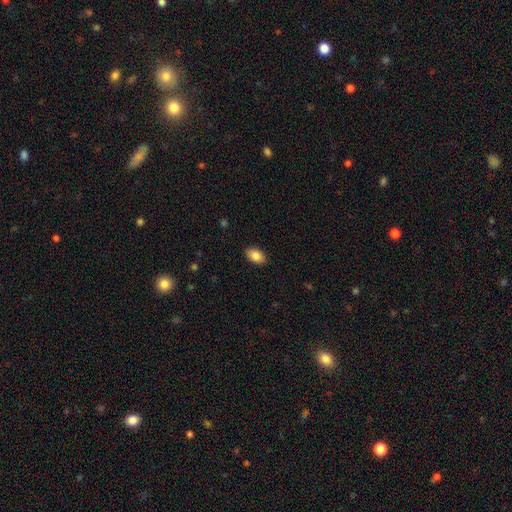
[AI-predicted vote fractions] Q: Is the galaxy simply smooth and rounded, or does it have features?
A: smooth — 86%.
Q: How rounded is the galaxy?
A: in between — 90%.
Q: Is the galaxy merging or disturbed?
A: none — 89%.